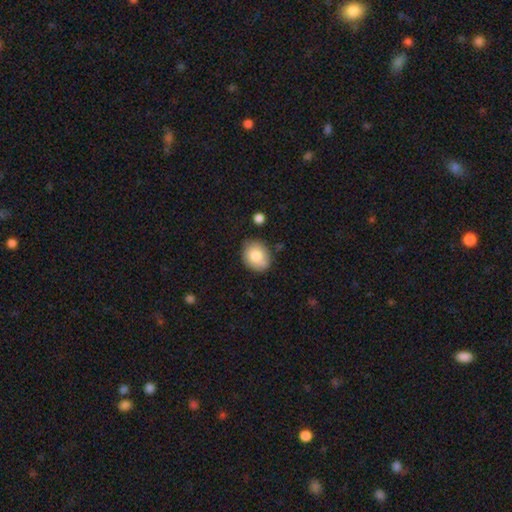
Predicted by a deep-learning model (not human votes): Smooth or featured? smooth (80%)
How rounded? round (55%)
Merging? none (78%)